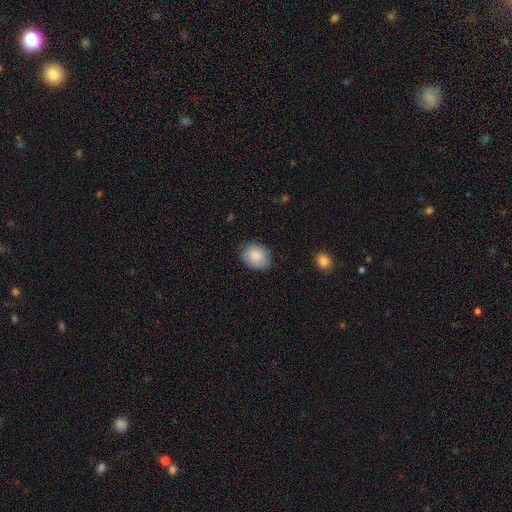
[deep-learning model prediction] This is clearly a smooth galaxy (81%). How rounded: possibly in between (54%). Merging: likely none (77%).